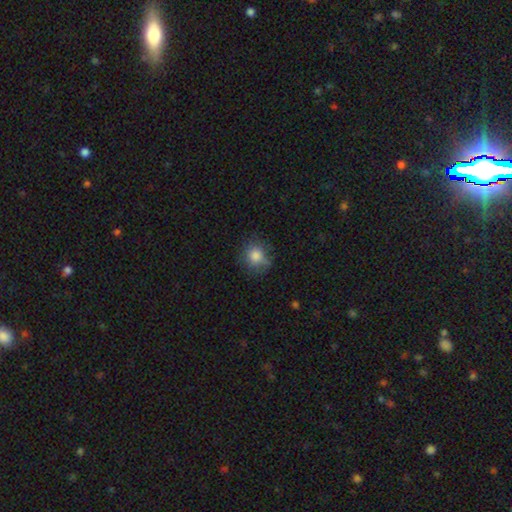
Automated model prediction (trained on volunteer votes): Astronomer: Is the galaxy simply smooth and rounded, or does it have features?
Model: smooth — 83%.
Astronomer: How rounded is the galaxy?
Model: round — 83%.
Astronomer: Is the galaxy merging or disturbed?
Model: none — 72%.